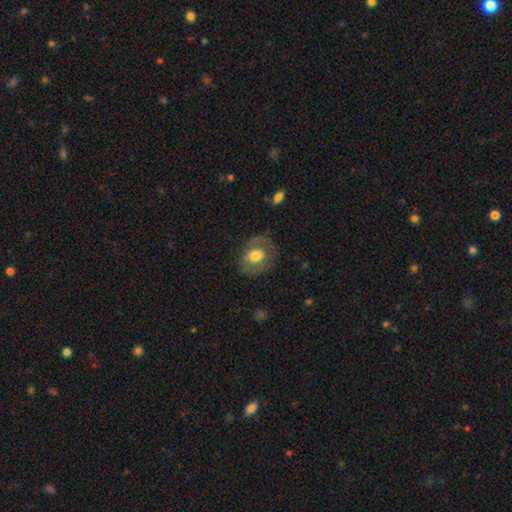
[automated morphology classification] This is possibly a smooth galaxy (54%). How rounded: possibly round (50%). Merging: likely none (75%).